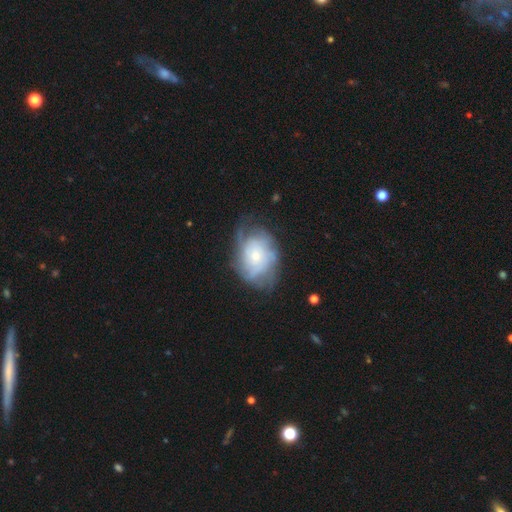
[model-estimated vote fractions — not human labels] This appears to be a featured or disk galaxy (65%) with no bar (81%), spiral arms (78%) and a small central bulge (62%). Merging: none (57%).